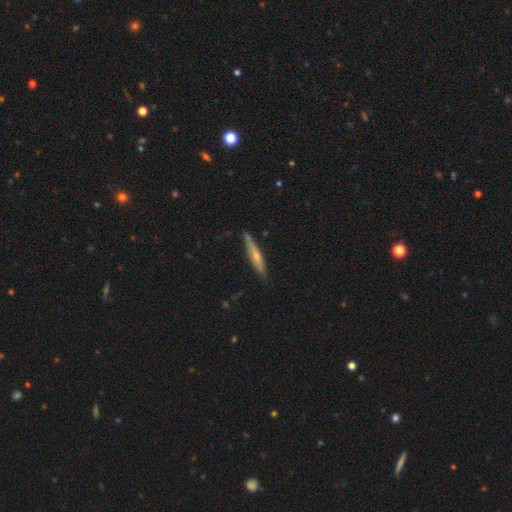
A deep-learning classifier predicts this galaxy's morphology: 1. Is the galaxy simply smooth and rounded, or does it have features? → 52% smooth, 42% featured or disk, 6% star or artifact.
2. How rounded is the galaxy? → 93% cigar-shaped, 6% in between, 1% round.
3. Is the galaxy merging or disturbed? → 82% none, 14% minor disturbance, 2% major disturbance, 2% merger.